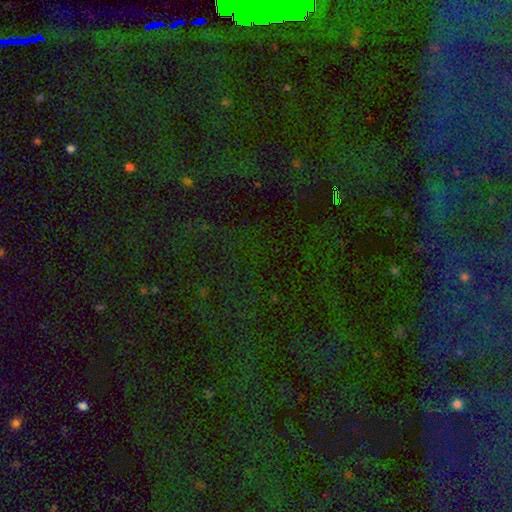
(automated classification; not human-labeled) A star or artifact, not a galaxy (82%).

Vote fractions:
- Smooth or featured? star or artifact: 82% / smooth: 9% / featured or disk: 9%